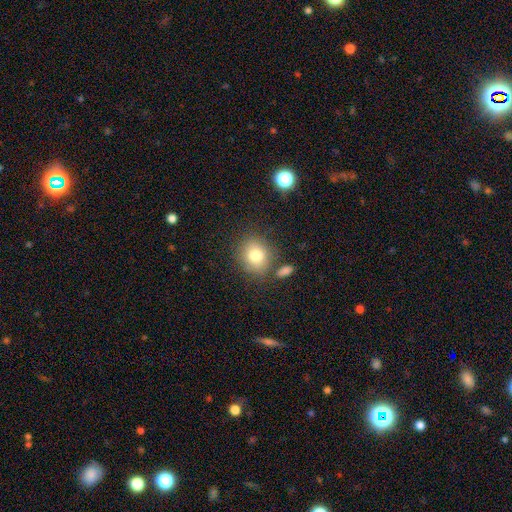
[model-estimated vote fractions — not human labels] A smooth galaxy with no disk features (80%) that is round (65%). Merging: none (74%).